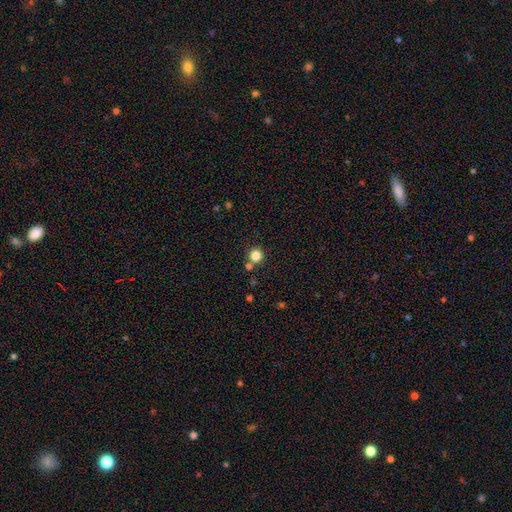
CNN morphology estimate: smooth-or-featured: smooth: 82% | star or artifact: 13% | featured or disk: 5%
  how-rounded: round: 92% | in between: 7% | cigar-shaped: 1%
  merging: none: 77% | merger: 13% | minor disturbance: 7% | major disturbance: 3%